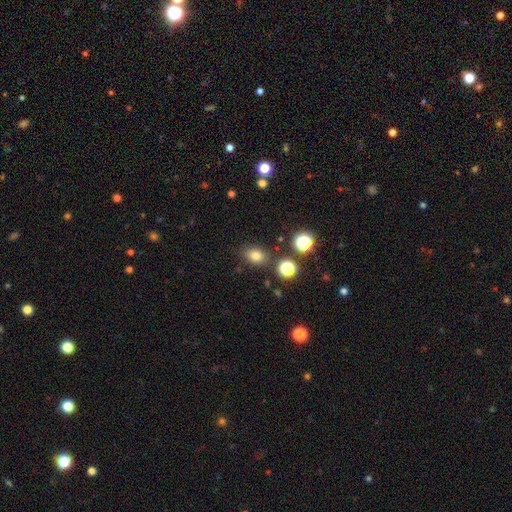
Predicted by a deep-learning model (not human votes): Smooth or featured?
  - smooth: 77% *
  - star or artifact: 16%
  - featured or disk: 7%
How rounded?
  - in between: 60% *
  - round: 39%
  - cigar-shaped: 1%
Merging?
  - none: 81% *
  - minor disturbance: 11%
  - merger: 5%
  - major disturbance: 3%